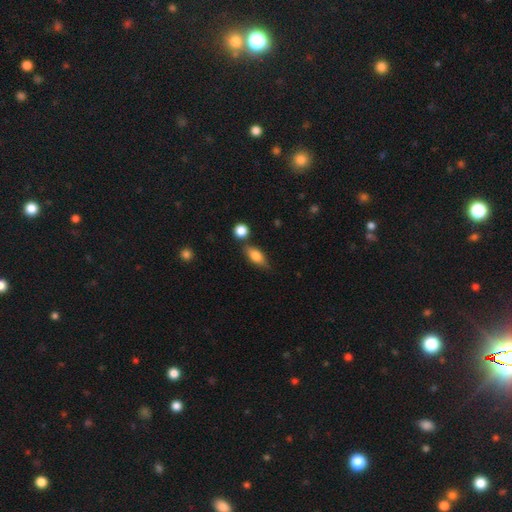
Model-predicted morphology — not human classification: The model was most divided on "merging": none: 69%, minor disturbance: 17%, merger: 10%, major disturbance: 4%. More confident: how rounded — in between (79%); smooth or featured — smooth (74%).